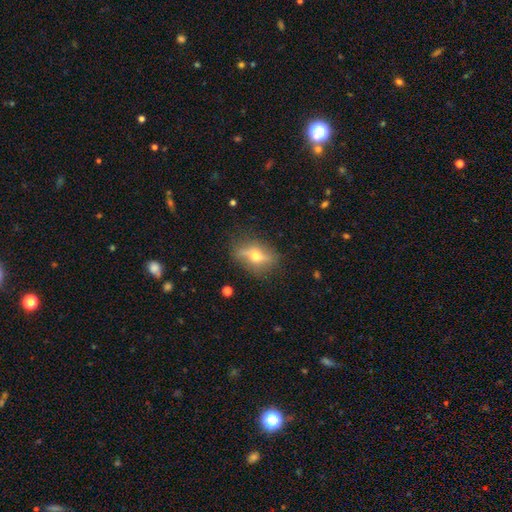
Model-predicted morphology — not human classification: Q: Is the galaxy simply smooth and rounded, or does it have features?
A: featured or disk — 58%.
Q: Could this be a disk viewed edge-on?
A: yes — 63%.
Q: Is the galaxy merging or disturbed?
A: none — 79%.